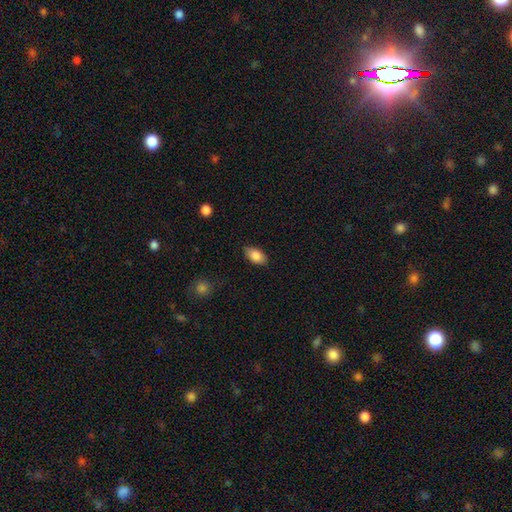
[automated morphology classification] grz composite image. It shows a smooth galaxy with no disk features (85%) that is in between round and cigar-shaped (92%). Merging: none (83%).